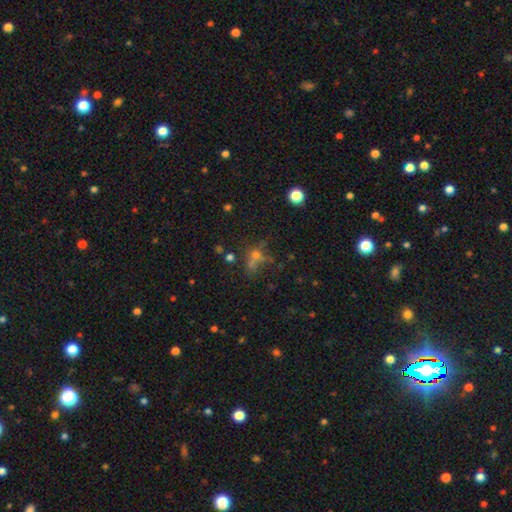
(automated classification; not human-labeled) A smooth galaxy with no disk features (41%).

Vote fractions:
- Smooth or featured? smooth: 41% / star or artifact: 38% / featured or disk: 21%
- Merging? none: 51% / merger: 20% / minor disturbance: 15% / major disturbance: 14%